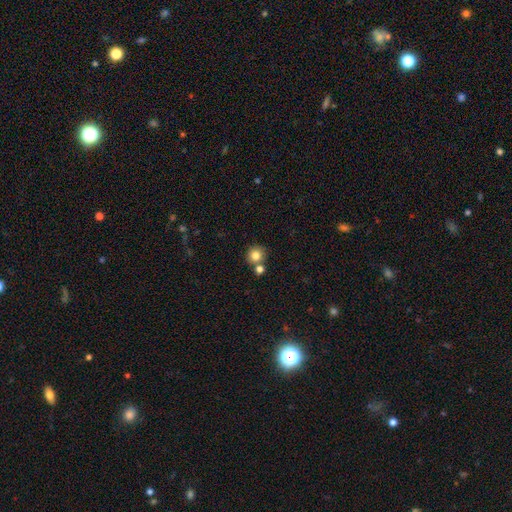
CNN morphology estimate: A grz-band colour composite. It shows a smooth galaxy with no disk features (81%) that is round (91%). Merging: none (68%).